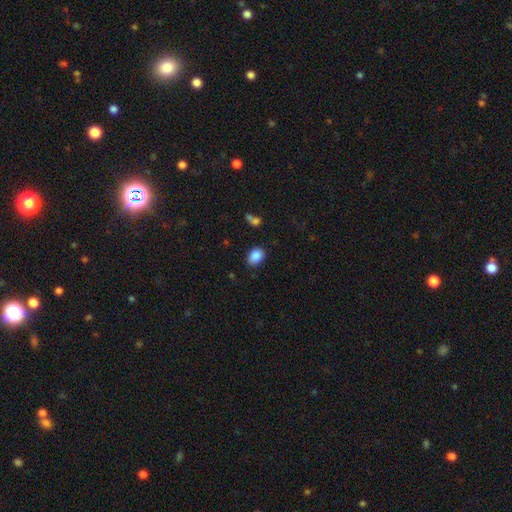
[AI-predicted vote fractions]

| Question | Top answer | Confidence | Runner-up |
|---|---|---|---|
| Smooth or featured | smooth | 88% | star or artifact (8%) |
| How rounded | in between | 72% | round (27%) |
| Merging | none | 82% | minor disturbance (13%) |